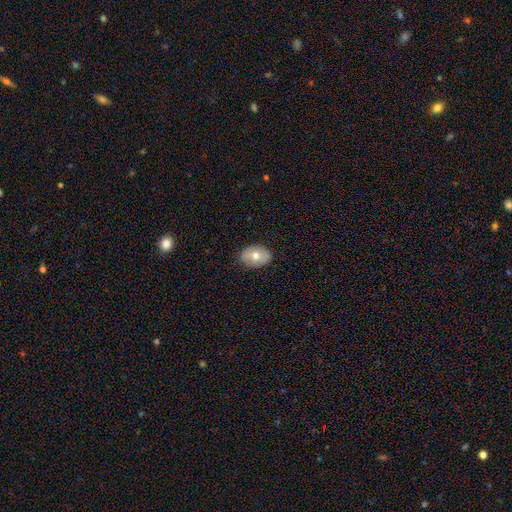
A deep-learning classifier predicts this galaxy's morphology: Smooth or featured?
  - smooth: 65% *
  - featured or disk: 28%
  - star or artifact: 7%
How rounded?
  - in between: 75% *
  - round: 23%
  - cigar-shaped: 1%
Merging?
  - none: 83% *
  - minor disturbance: 14%
  - major disturbance: 2%
  - merger: 1%